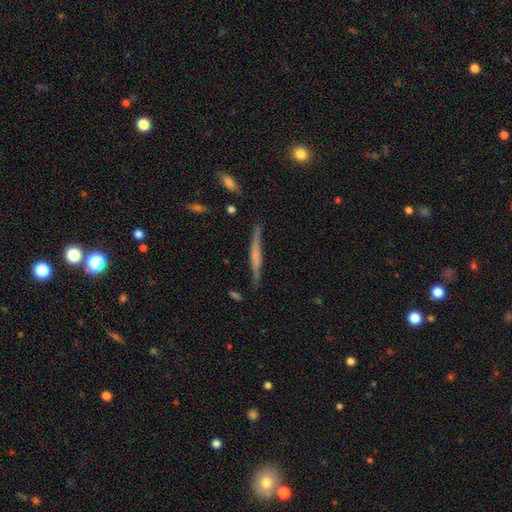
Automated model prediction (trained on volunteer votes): This is possibly a featured or disk galaxy (56%). It is clearly viewed edge-on (96%). Edge-on bulge: possibly none (52%). Merging: clearly none (81%).